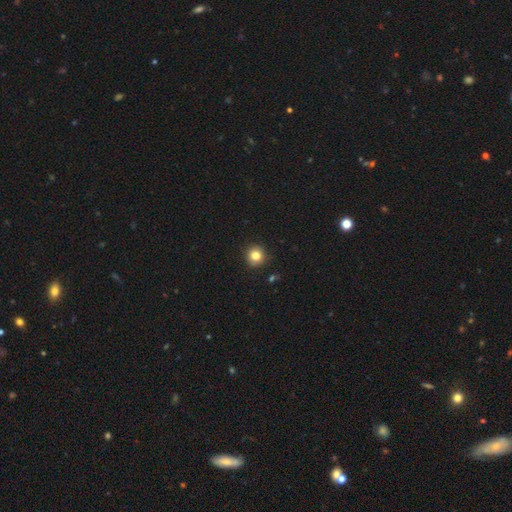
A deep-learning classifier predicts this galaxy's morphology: Overall: smooth (82%). How rounded: round (94%). Merging: none (92%).